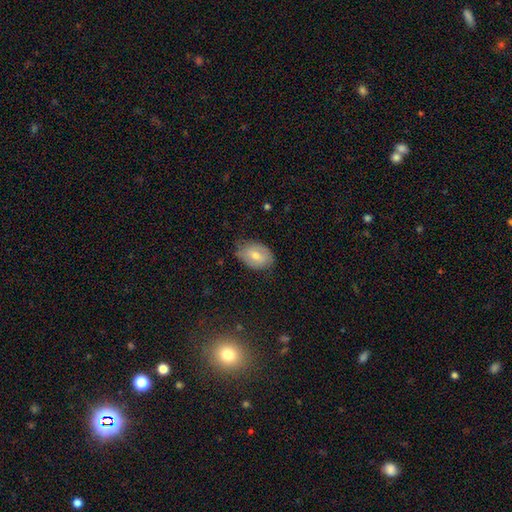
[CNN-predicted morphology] Smooth or featured? Predicted: smooth (p=0.66). How rounded? Predicted: in between (p=0.82). Merging? Predicted: none (p=0.65).